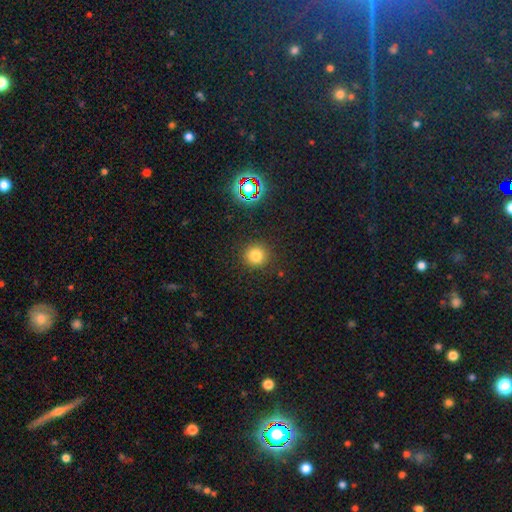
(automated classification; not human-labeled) smooth-or-featured: smooth: 78% | star or artifact: 17% | featured or disk: 6%
  how-rounded: round: 94% | in between: 5% | cigar-shaped: 1%
  merging: none: 90% | minor disturbance: 6% | major disturbance: 2% | merger: 1%